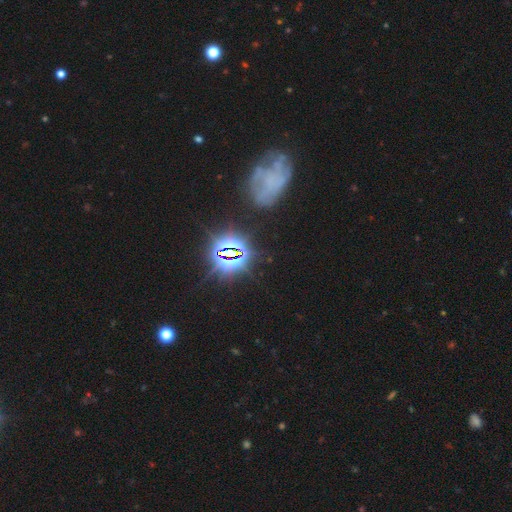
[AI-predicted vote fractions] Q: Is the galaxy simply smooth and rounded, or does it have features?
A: star or artifact — 62%.